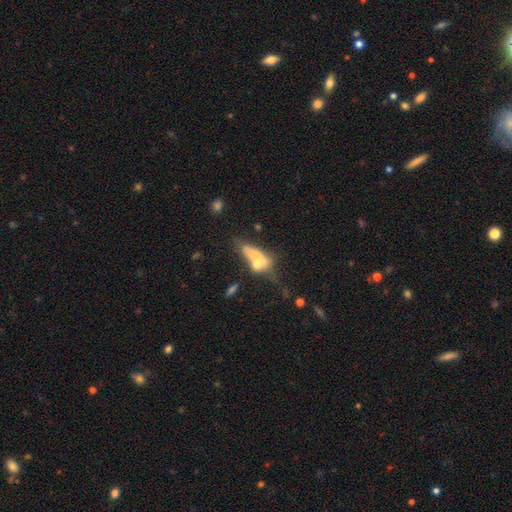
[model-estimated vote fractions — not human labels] smooth 60%, featured or disk 29%, star or artifact 11%. Down the decision tree: how rounded — in between (64%); merging — merger (33%).